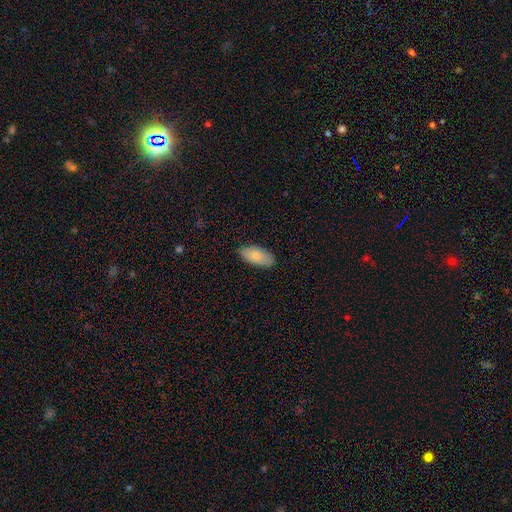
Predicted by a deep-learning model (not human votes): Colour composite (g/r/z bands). It shows a smooth galaxy with no disk features (84%) that is in between round and cigar-shaped (91%). Merging: none (85%).